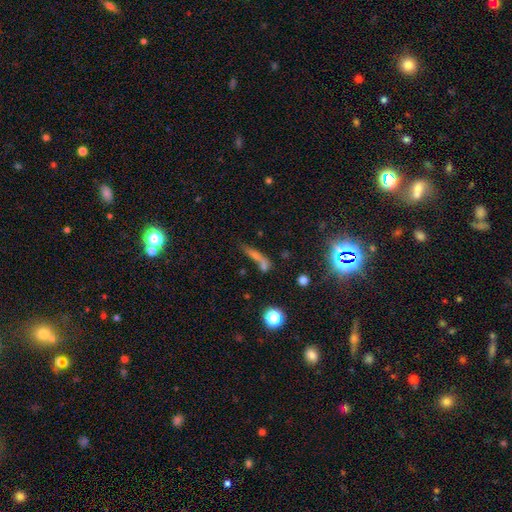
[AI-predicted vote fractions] This is marginally a smooth galaxy (41%). Merging: possibly none (52%).